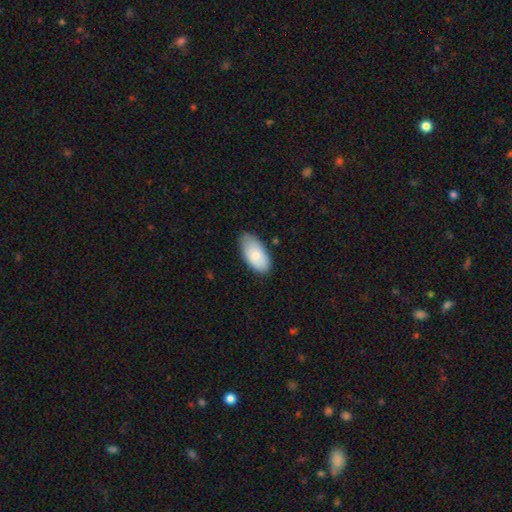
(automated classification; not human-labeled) Smooth or featured? smooth (82%)
How rounded? in between (95%)
Merging? none (73%)